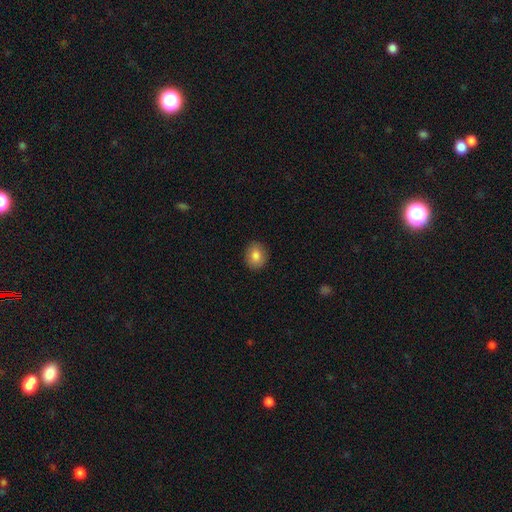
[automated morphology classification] The model was most divided on "how rounded": round: 63%, in between: 36%, cigar-shaped: 1%. More confident: merging — none (90%); smooth or featured — smooth (82%).